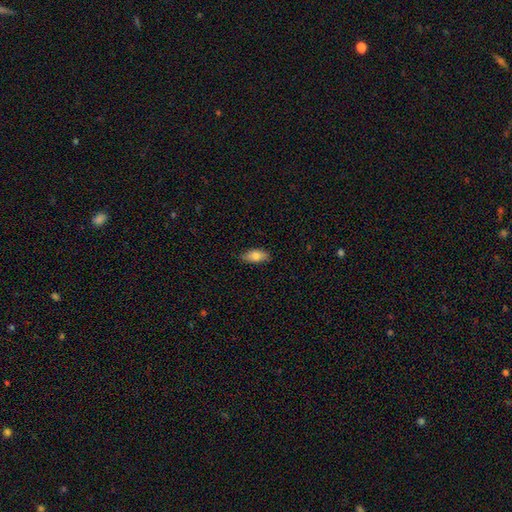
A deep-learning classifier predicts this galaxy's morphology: smooth 79%, featured or disk 14%, star or artifact 7%. Down the decision tree: how rounded — in between (86%); merging — none (82%).